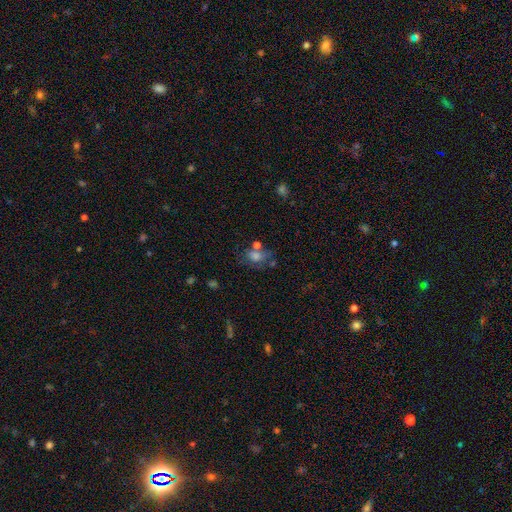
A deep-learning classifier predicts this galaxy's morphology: smooth 57%, featured or disk 25%, star or artifact 18%. Down the decision tree: how rounded — in between (66%); merging — none (46%).